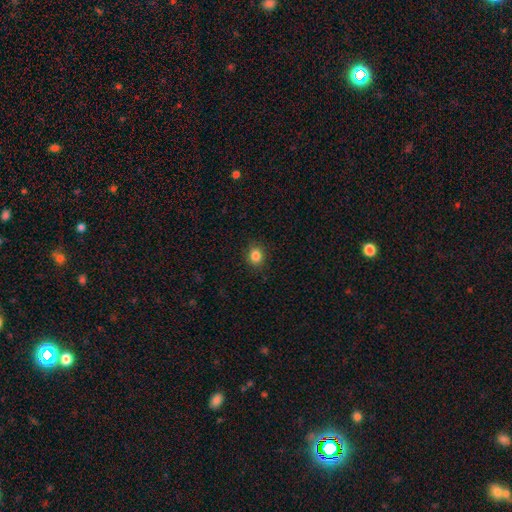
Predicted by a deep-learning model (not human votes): A smooth galaxy with no disk features (84%) that is round (68%).

Vote fractions:
- Smooth or featured? smooth: 84% / star or artifact: 11% / featured or disk: 5%
- How rounded? round: 68% / in between: 31% / cigar-shaped: 1%
- Merging? none: 89% / minor disturbance: 8% / major disturbance: 2% / merger: 1%